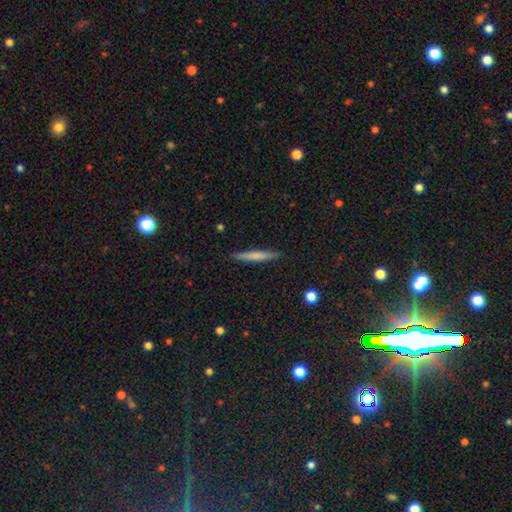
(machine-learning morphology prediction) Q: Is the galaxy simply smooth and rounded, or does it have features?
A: smooth — 66%.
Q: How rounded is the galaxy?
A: cigar-shaped — 95%.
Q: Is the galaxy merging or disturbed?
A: none — 90%.